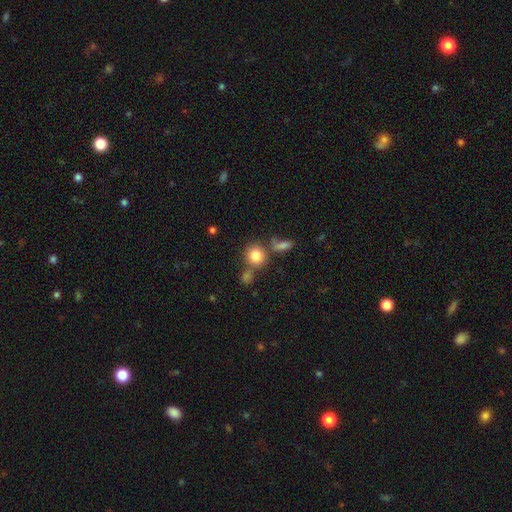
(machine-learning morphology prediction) type=smooth (82%); roundness=round (83%); merging=none (61%).